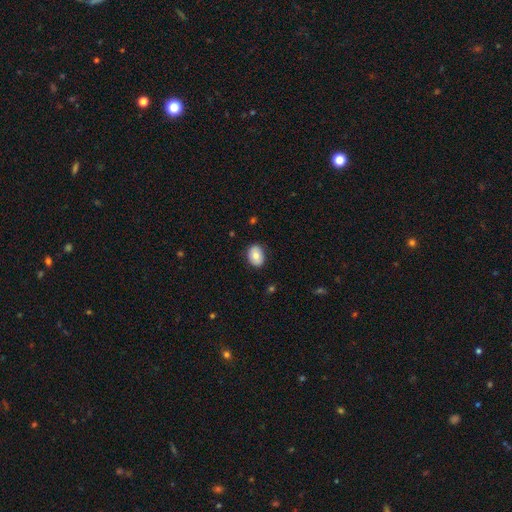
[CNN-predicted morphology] Smooth or featured?
  - smooth: 79% *
  - featured or disk: 13%
  - star or artifact: 7%
How rounded?
  - in between: 75% *
  - round: 24%
  - cigar-shaped: 1%
Merging?
  - none: 86% *
  - minor disturbance: 11%
  - major disturbance: 2%
  - merger: 1%